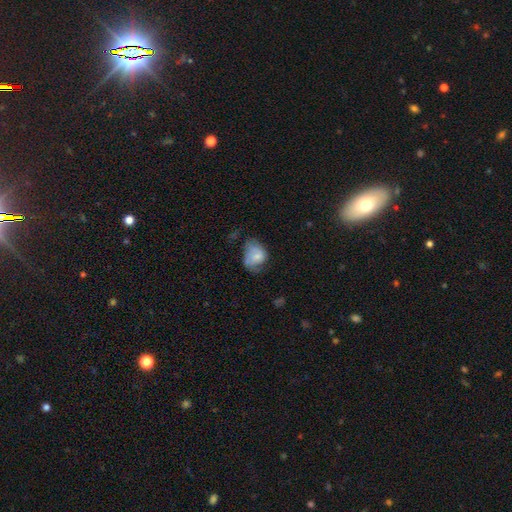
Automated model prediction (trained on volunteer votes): Smooth or featured?
  - smooth: 66% *
  - featured or disk: 26%
  - star or artifact: 8%
How rounded?
  - in between: 59% *
  - round: 40%
  - cigar-shaped: 1%
Merging?
  - minor disturbance: 37% *
  - none: 34%
  - major disturbance: 24%
  - merger: 4%